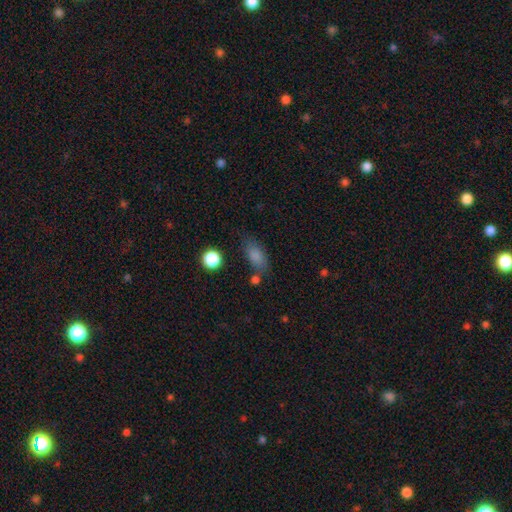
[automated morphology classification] The model was most divided on "merging": none: 66%, minor disturbance: 20%, merger: 7%, major disturbance: 7%. More confident: how rounded — in between (83%); smooth or featured — smooth (82%).